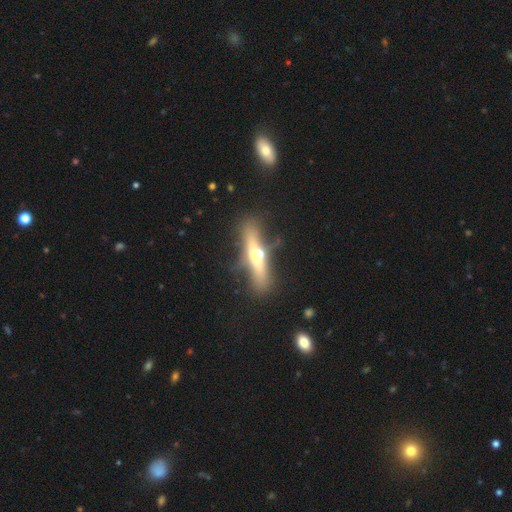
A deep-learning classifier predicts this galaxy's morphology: This appears to be a featured or disk galaxy (65%) viewed edge-on (91%) with a rounded central bulge (92%). Merging: none (73%).